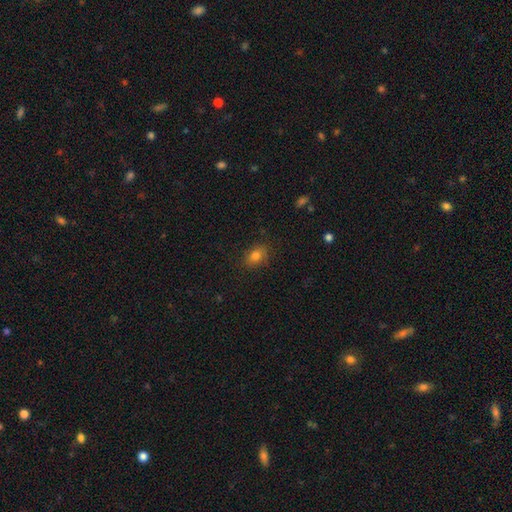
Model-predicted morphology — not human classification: This is clearly a smooth galaxy (80%). How rounded: likely in between (63%). Merging: clearly none (85%).